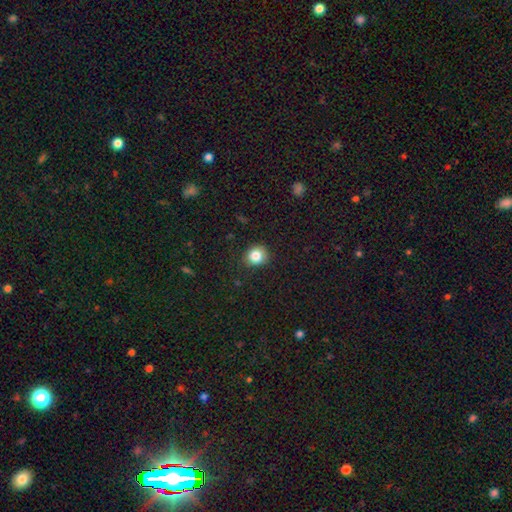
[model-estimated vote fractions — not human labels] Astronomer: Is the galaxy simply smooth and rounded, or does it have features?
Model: smooth — 84%.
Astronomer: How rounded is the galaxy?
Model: round — 82%.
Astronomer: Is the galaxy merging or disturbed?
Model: none — 87%.